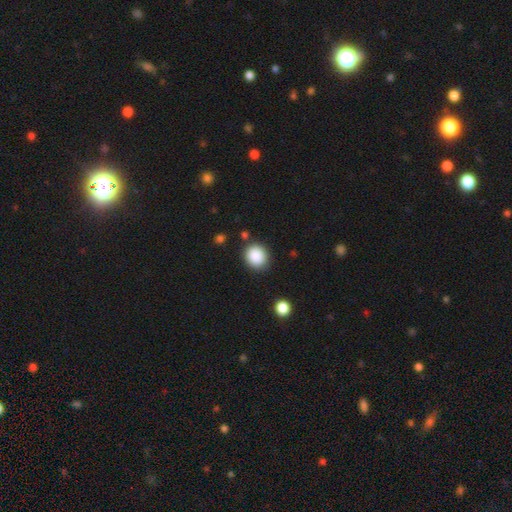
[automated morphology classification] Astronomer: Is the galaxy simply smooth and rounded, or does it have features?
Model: smooth — 88%.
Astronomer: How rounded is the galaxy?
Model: round — 78%.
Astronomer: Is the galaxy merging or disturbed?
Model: none — 86%.